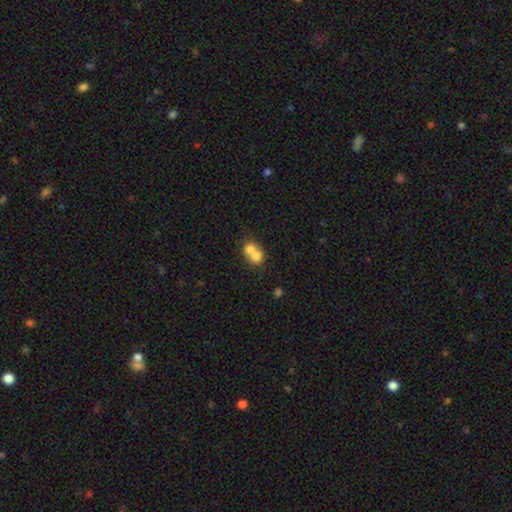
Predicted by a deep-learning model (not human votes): The model was most divided on "how rounded": round: 72%, in between: 27%, cigar-shaped: 1%. More confident: smooth or featured — smooth (72%); merging — merger (71%).